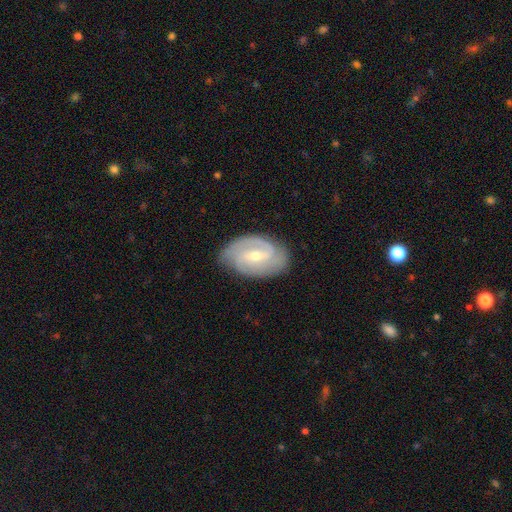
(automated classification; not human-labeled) This appears to be a featured or disk galaxy (84%) with a weak bar (53%), 2 (61%) tight (44%) spiral arms (95%) and a small central bulge (52%). Merging: none (78%).